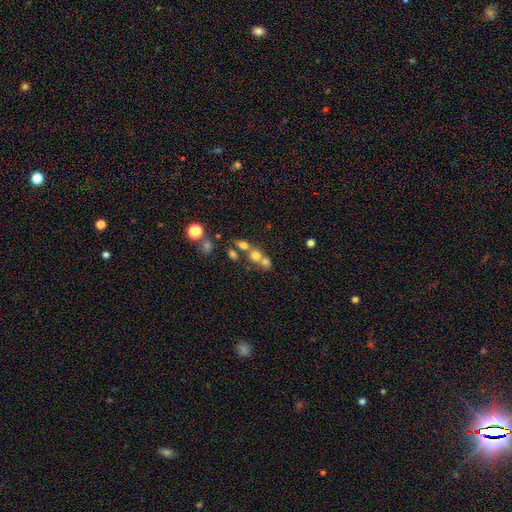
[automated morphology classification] Overall: smooth (66%). How rounded: round (74%). Merging: merger (55%; none 34%).